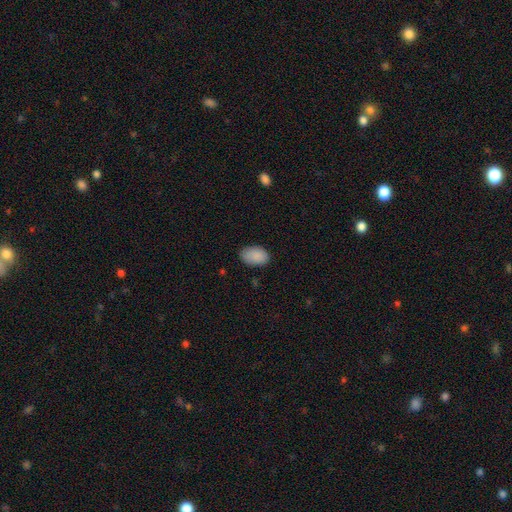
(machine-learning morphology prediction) Smooth or featured?
  - smooth: 89% *
  - star or artifact: 7%
  - featured or disk: 4%
How rounded?
  - in between: 89% *
  - round: 10%
  - cigar-shaped: 1%
Merging?
  - none: 79% *
  - minor disturbance: 16%
  - major disturbance: 3%
  - merger: 1%